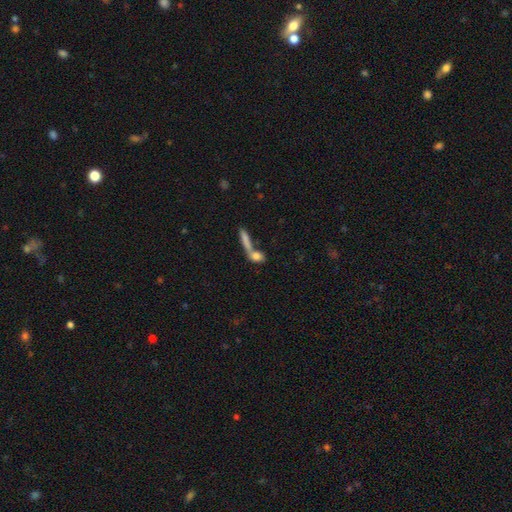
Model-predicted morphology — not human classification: smooth_or_featured: smooth (p=0.75) [alt: featured or disk p=0.15]
how_rounded: in between (p=0.42) [alt: cigar-shaped p=0.34]
merging: merger (p=0.46) [alt: none p=0.39]